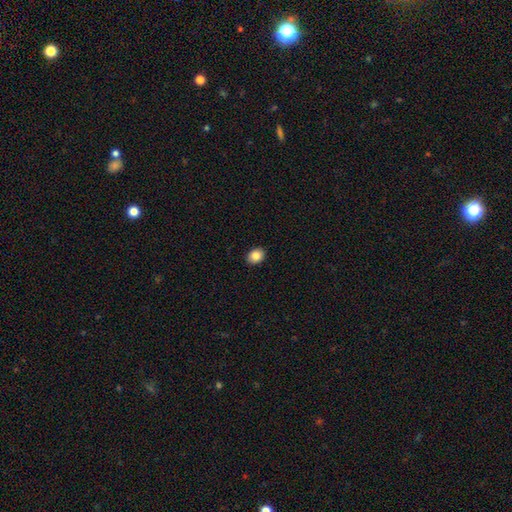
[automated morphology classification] A smooth galaxy with no disk features (86%) that is in between round and cigar-shaped (65%).

Vote fractions:
- Smooth or featured? smooth: 86% / star or artifact: 8% / featured or disk: 6%
- How rounded? in between: 65% / round: 34% / cigar-shaped: 1%
- Merging? none: 91% / minor disturbance: 7% / major disturbance: 2% / merger: 1%